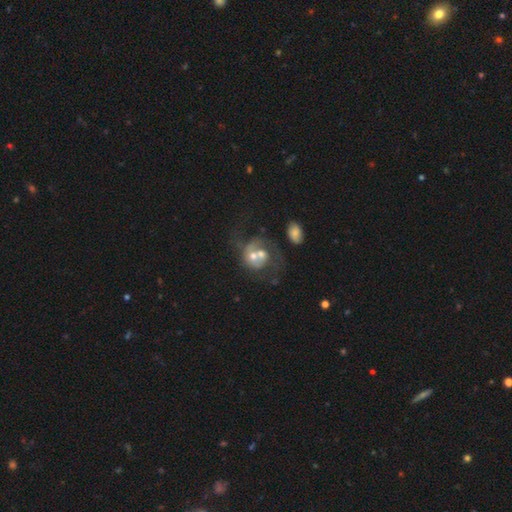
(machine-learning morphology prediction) Smooth or featured? featured or disk (59%)
Edge-on disk? no (98%)
Bar? no (82%)
Spiral arms? yes (55%)
Bulge size? moderate (61%)
Merging? merger (60%)